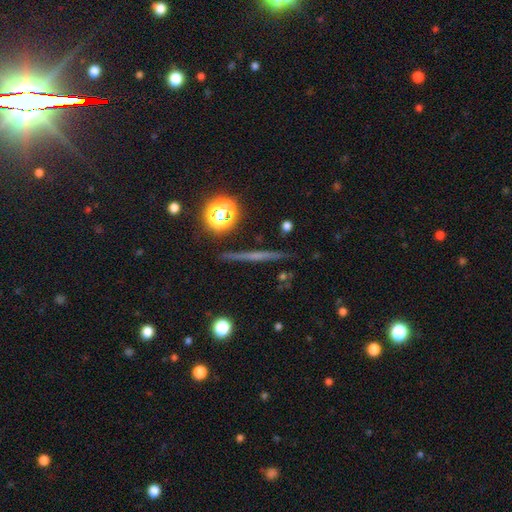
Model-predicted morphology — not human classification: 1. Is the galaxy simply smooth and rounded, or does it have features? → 56% featured or disk, 28% smooth, 15% star or artifact.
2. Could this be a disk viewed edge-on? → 96% yes, 4% no.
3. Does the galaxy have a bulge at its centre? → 72% none, 21% rounded, 7% boxy.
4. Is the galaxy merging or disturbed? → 90% none, 7% minor disturbance, 2% merger, 2% major disturbance.